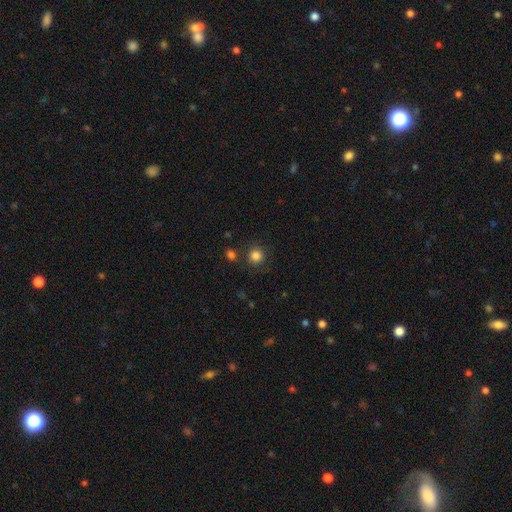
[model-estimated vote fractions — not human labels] Smooth or featured?
  - smooth: 83% *
  - star or artifact: 12%
  - featured or disk: 5%
How rounded?
  - round: 93% *
  - in between: 6%
  - cigar-shaped: 1%
Merging?
  - none: 84% *
  - minor disturbance: 8%
  - merger: 5%
  - major disturbance: 3%